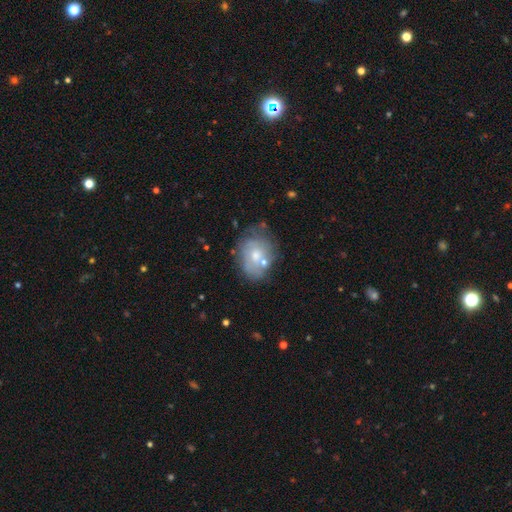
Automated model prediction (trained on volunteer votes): Q: Smooth or featured?
A: featured or disk (47%); runner-up: smooth (44%)
Q: Merging?
A: none (50%); runner-up: minor disturbance (25%)